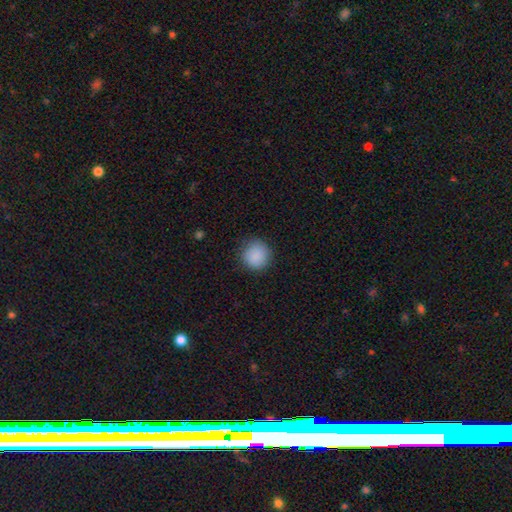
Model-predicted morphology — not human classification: smooth 88%, star or artifact 8%, featured or disk 3%. Down the decision tree: how rounded — round (92%); merging — none (84%).